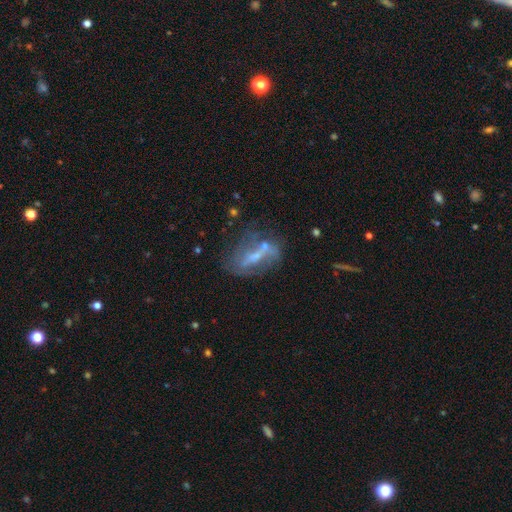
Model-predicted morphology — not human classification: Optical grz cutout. It shows a featured or disk galaxy (61%) with no bar (37%), no spiral arms (59%) and a small central bulge (42%). Merging: none (43%).